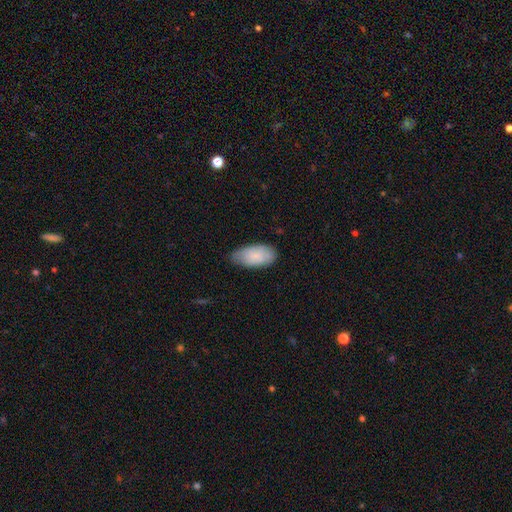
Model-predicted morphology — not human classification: smooth 85%, featured or disk 10%, star or artifact 6%. Down the decision tree: how rounded — in between (95%); merging — none (70%).